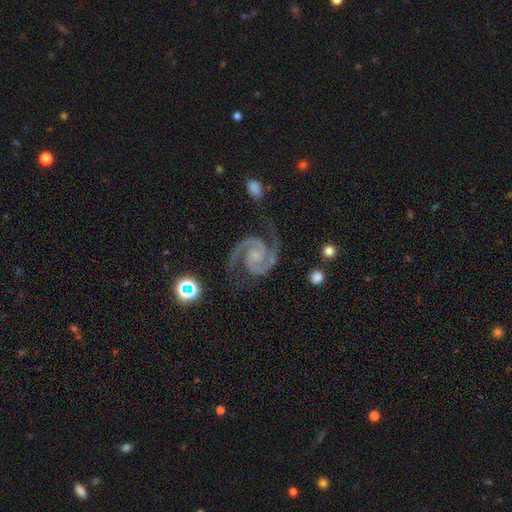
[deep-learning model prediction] Morphology: type=featured or disk (94%); edge-on=no (99%); bar=no (63%); spiral arms=yes (99%); winding=medium (55%); arm count=2 (95%); bulge=small (51%); merging=none (77%).